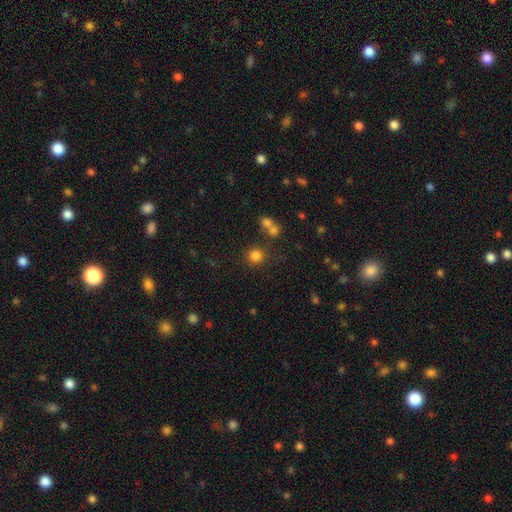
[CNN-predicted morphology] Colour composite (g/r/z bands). It shows a smooth galaxy with no disk features (81%) that is round (92%). Merging: none (77%).